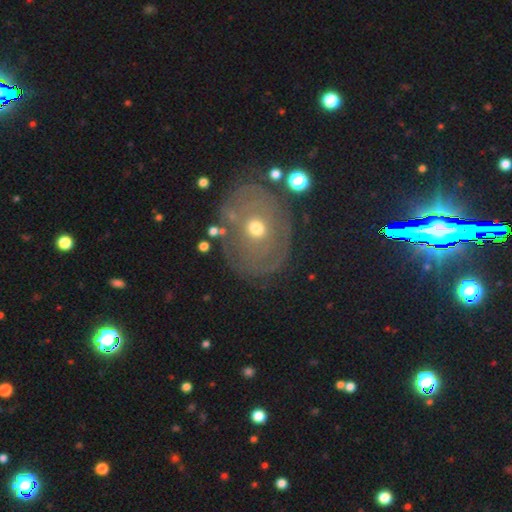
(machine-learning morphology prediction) featured or disk 50%, star or artifact 25%, smooth 25%. Down the decision tree: edge-on disk — no (91%); merging — none (80%).